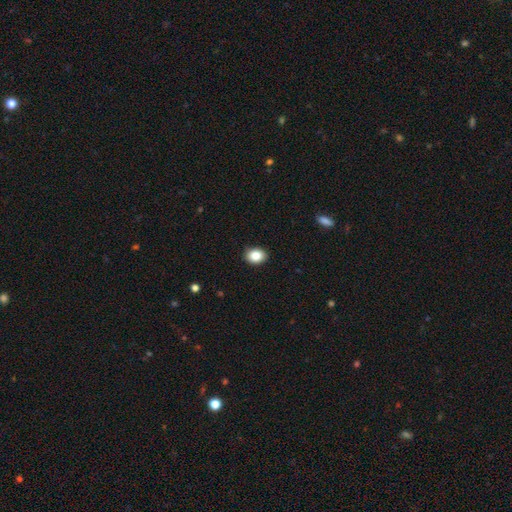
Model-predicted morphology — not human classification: smooth_or_featured: smooth (p=0.86) [alt: star or artifact p=0.09]
how_rounded: in between (p=0.59) [alt: round p=0.40]
merging: none (p=0.90) [alt: minor disturbance p=0.08]